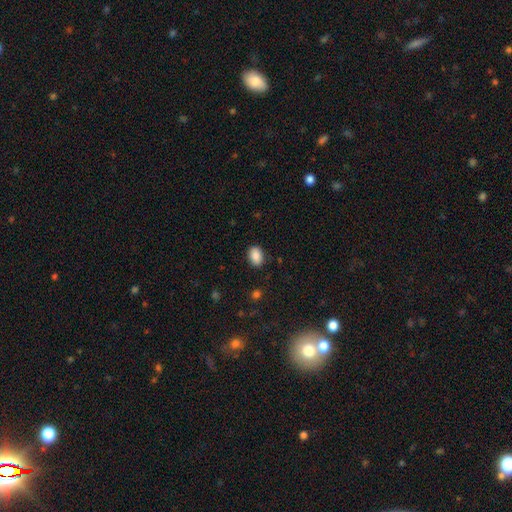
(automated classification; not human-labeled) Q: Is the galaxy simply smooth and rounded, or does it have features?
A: smooth — 88%.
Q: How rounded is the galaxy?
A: in between — 81%.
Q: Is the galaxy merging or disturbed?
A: none — 87%.